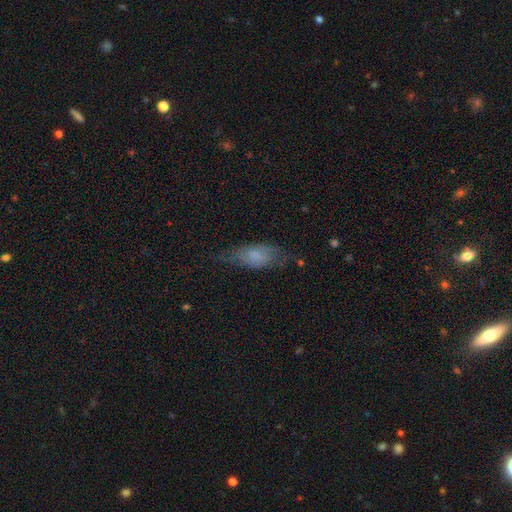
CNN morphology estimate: Smooth or featured? smooth (58%)
How rounded? in between (72%)
Merging? none (55%)